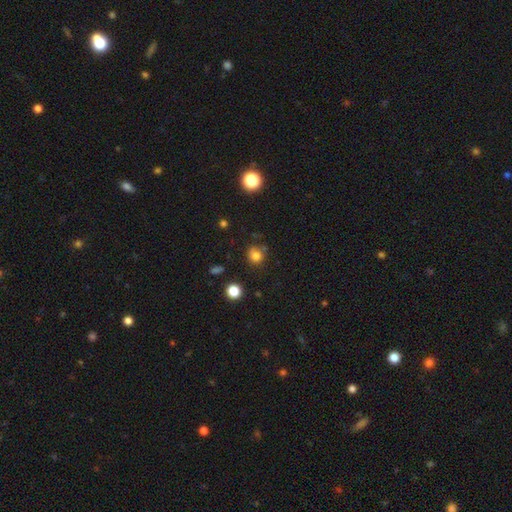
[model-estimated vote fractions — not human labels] The model was most divided on "merging": none: 72%, minor disturbance: 16%, merger: 7%, major disturbance: 5%. More confident: how rounded — round (81%); smooth or featured — smooth (79%).